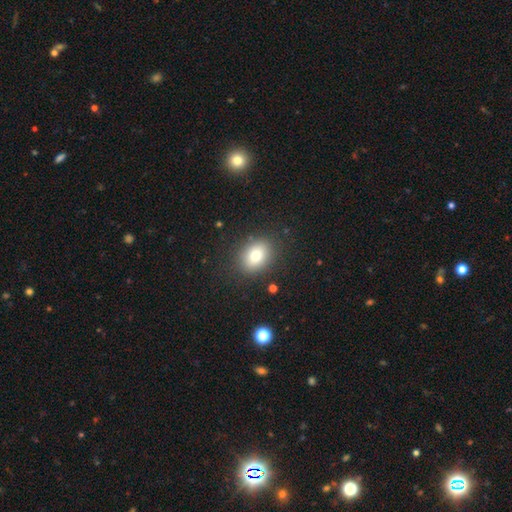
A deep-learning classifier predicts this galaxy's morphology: A smooth galaxy with no disk features (78%) that is in between round and cigar-shaped (57%).

Vote fractions:
- Smooth or featured? smooth: 78% / featured or disk: 11% / star or artifact: 11%
- How rounded? in between: 57% / round: 41% / cigar-shaped: 1%
- Merging? none: 86% / minor disturbance: 9% / major disturbance: 4% / merger: 1%